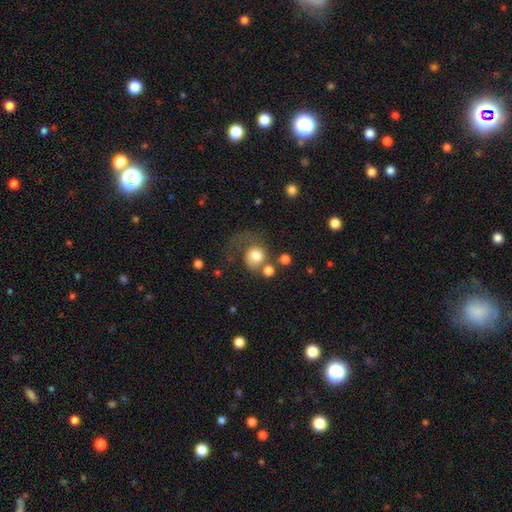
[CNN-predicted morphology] The model was most divided on "merging": major disturbance: 35%, none: 31%, minor disturbance: 17%, merger: 17%. More confident: how rounded — round (77%); smooth or featured — smooth (68%).